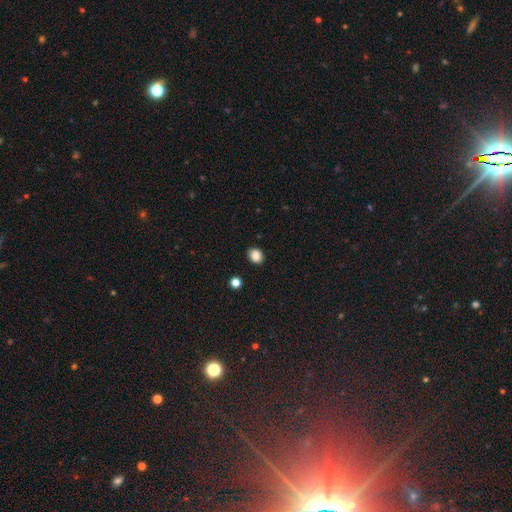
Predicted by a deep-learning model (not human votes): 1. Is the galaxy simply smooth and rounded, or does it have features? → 86% smooth, 10% star or artifact, 5% featured or disk.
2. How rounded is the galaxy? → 55% round, 44% in between, 1% cigar-shaped.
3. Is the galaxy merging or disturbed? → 90% none, 7% minor disturbance, 2% major disturbance, 1% merger.